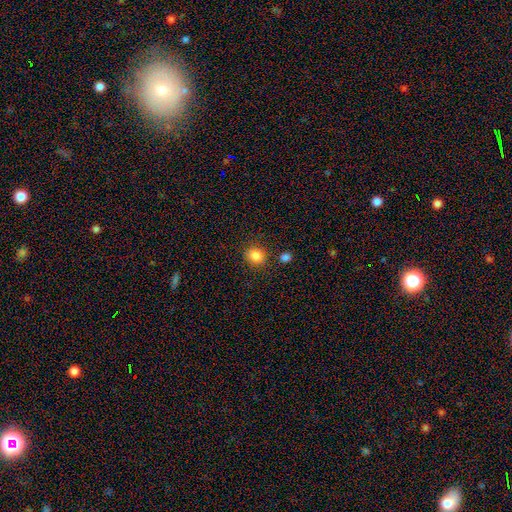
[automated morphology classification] This appears to be a smooth galaxy with no disk features (85%) that is round (74%). Merging: none (83%).